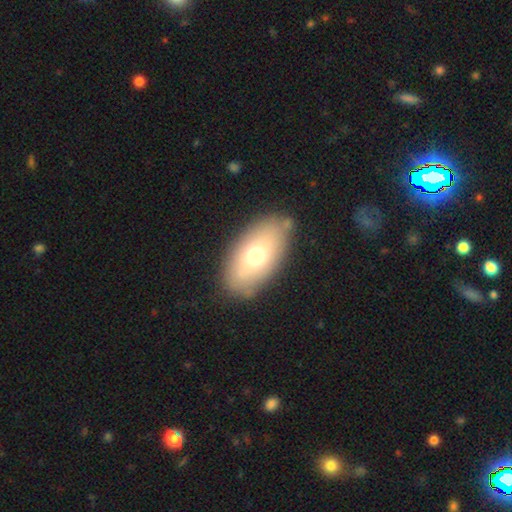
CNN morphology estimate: Q: Smooth or featured?
A: smooth (67%); runner-up: featured or disk (25%)
Q: How rounded?
A: in between (92%); runner-up: round (5%)
Q: Merging?
A: none (80%); runner-up: minor disturbance (13%)